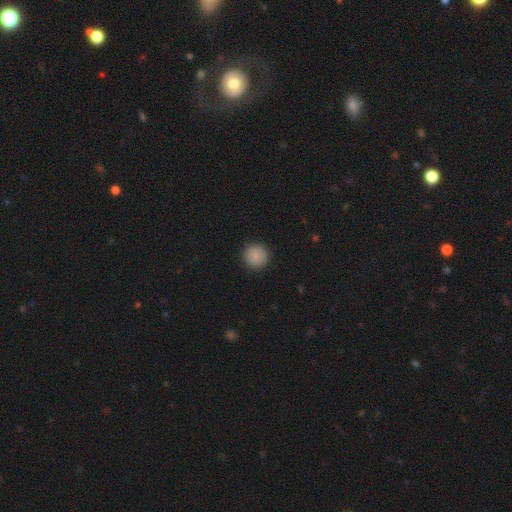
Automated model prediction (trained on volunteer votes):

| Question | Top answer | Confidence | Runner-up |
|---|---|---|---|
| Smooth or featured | smooth | 88% | star or artifact (9%) |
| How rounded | round | 95% | in between (4%) |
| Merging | none | 92% | minor disturbance (5%) |